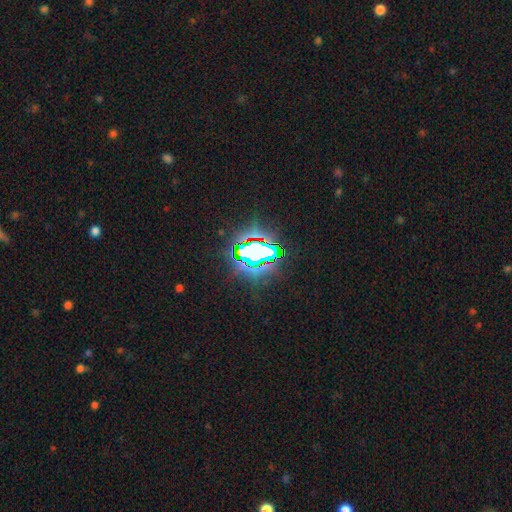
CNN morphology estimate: Q: Smooth or featured?
A: star or artifact (72%); runner-up: smooth (16%)